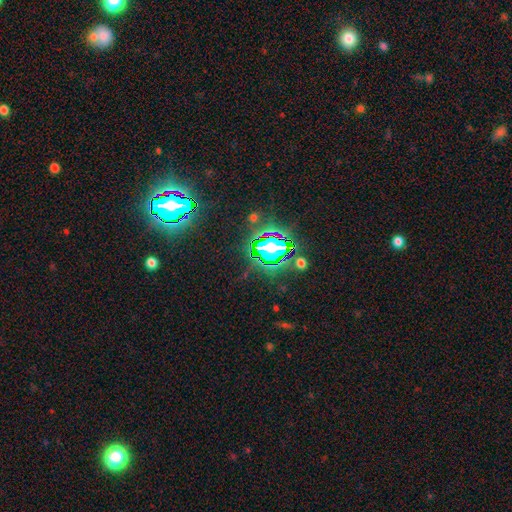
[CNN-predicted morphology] smooth-or-featured: star or artifact: 82% | smooth: 10% | featured or disk: 8%